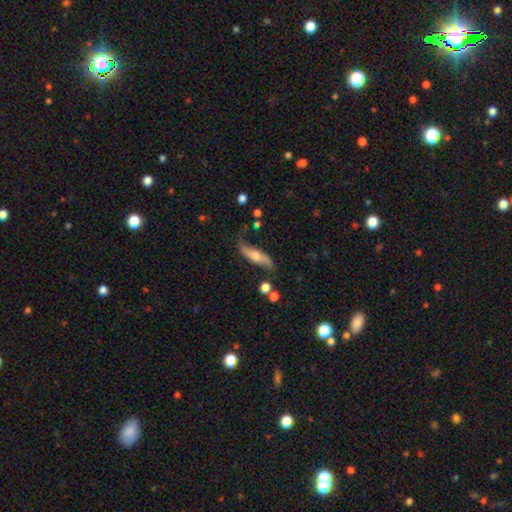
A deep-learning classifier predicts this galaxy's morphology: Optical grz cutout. It shows a featured or disk galaxy (64%). Merging: none (61%).